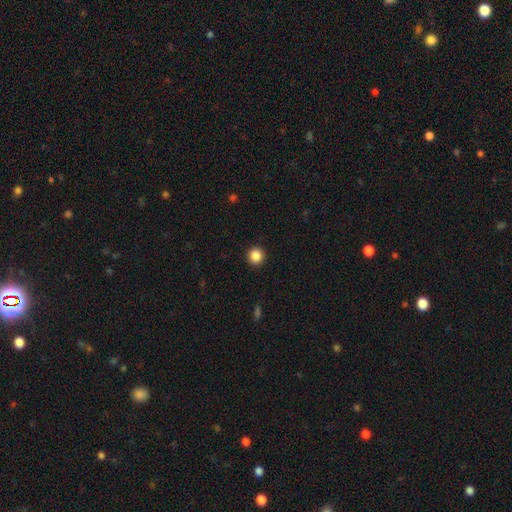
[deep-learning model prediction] Q: Smooth or featured?
A: smooth (87%); runner-up: star or artifact (10%)
Q: How rounded?
A: round (94%); runner-up: in between (5%)
Q: Merging?
A: none (93%); runner-up: minor disturbance (5%)